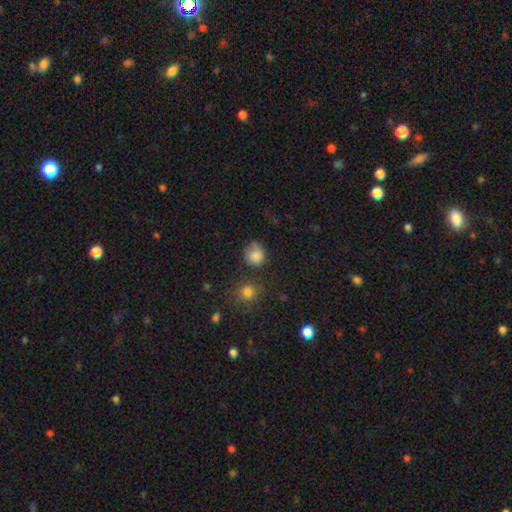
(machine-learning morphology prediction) smooth 83%, star or artifact 11%, featured or disk 6%. Down the decision tree: how rounded — round (81%); merging — none (61%).